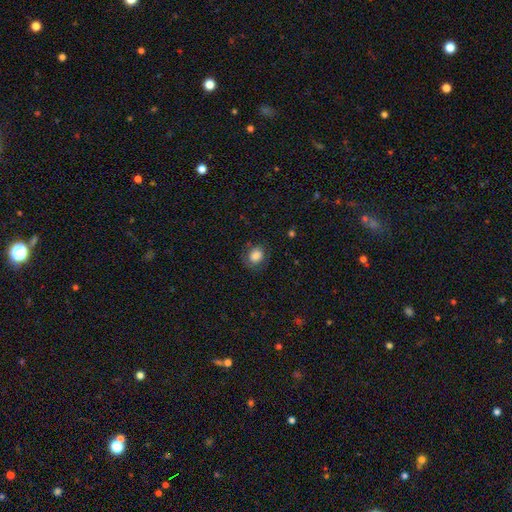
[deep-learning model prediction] smooth 79%, featured or disk 11%, star or artifact 9%. Down the decision tree: how rounded — round (63%); merging — none (73%).